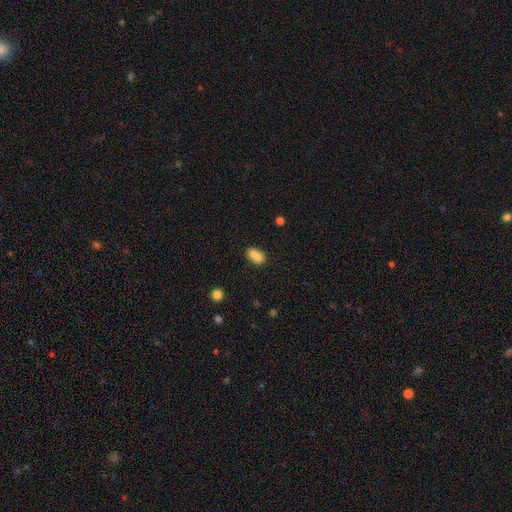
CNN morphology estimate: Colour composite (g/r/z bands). It shows a smooth galaxy with no disk features (83%) that is in between round and cigar-shaped (84%). Merging: none (61%).